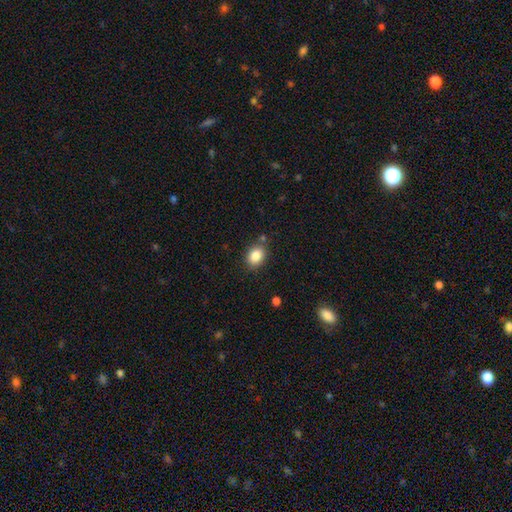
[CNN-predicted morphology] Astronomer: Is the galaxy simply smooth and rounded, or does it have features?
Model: smooth — 85%.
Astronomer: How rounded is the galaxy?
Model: in between — 65%.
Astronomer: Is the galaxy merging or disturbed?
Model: none — 80%.